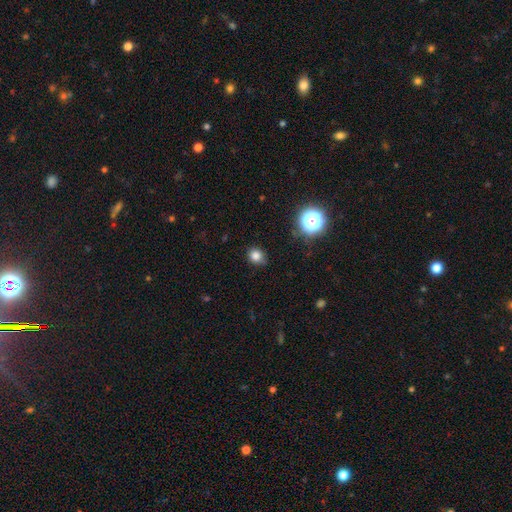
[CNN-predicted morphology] This appears to be a smooth galaxy with no disk features (80%) that is round (74%). Merging: none (81%).